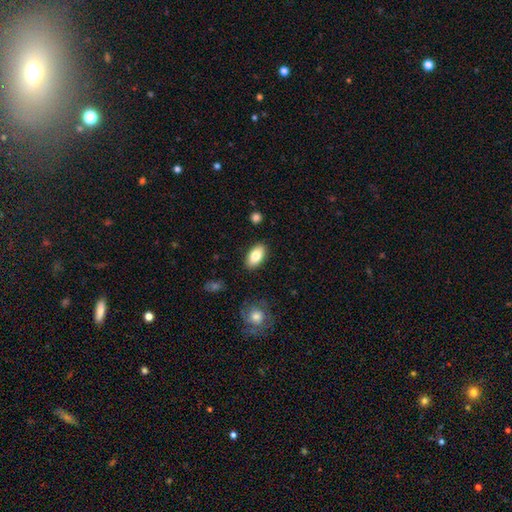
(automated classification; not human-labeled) smooth_or_featured: smooth (p=0.80) [alt: featured or disk p=0.14]
how_rounded: in between (p=0.92) [alt: round p=0.04]
merging: none (p=0.88) [alt: minor disturbance p=0.09]